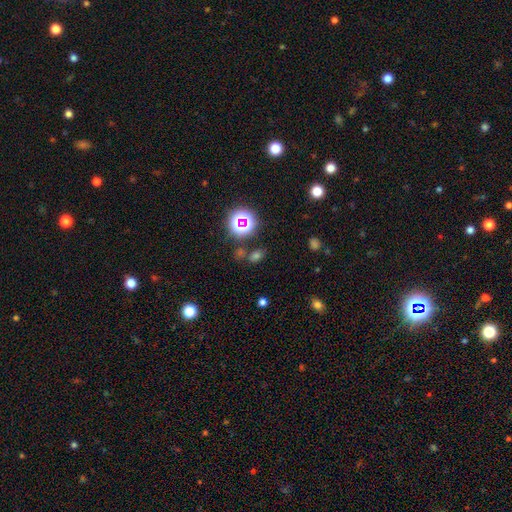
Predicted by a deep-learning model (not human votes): Smooth or featured? smooth (56%)
How rounded? in between (65%)
Merging? none (69%)